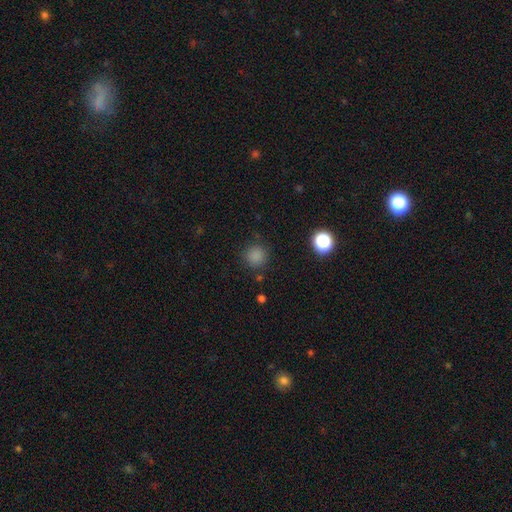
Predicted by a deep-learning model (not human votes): smooth_or_featured: smooth (p=0.82) [alt: star or artifact p=0.15]
how_rounded: round (p=0.92) [alt: in between p=0.07]
merging: none (p=0.84) [alt: minor disturbance p=0.10]